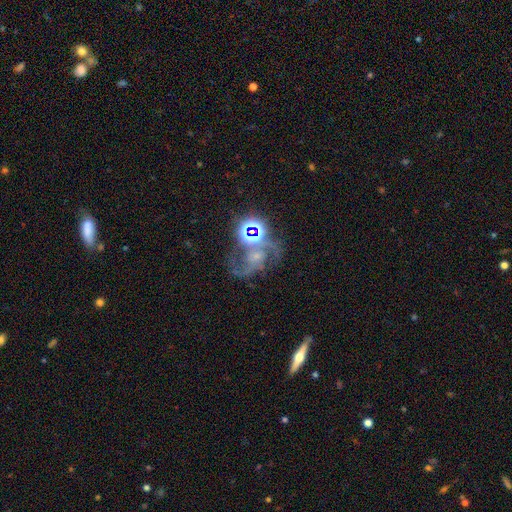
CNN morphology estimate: The model was most divided on "spiral winding": medium: 49%, loose: 39%, tight: 12%. Remaining: edge-on disk — no (98%); spiral arms — yes (94%); spiral arm count — 2 (83%); smooth or featured — featured or disk (71%); bulge size — small (57%); bar — no (53%); merging — none (46%).